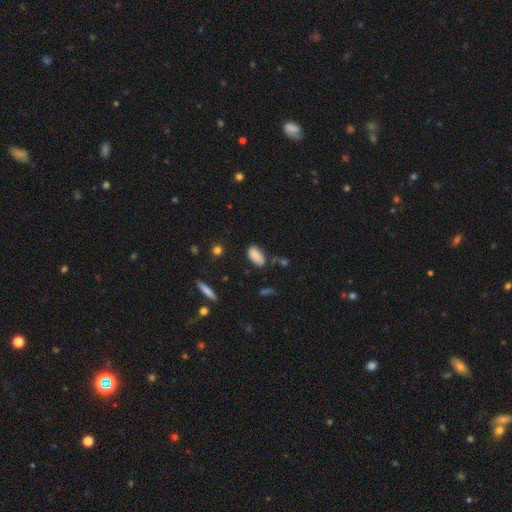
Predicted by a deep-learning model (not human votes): smooth 84%, featured or disk 8%, star or artifact 8%. Down the decision tree: how rounded — in between (93%); merging — none (69%).